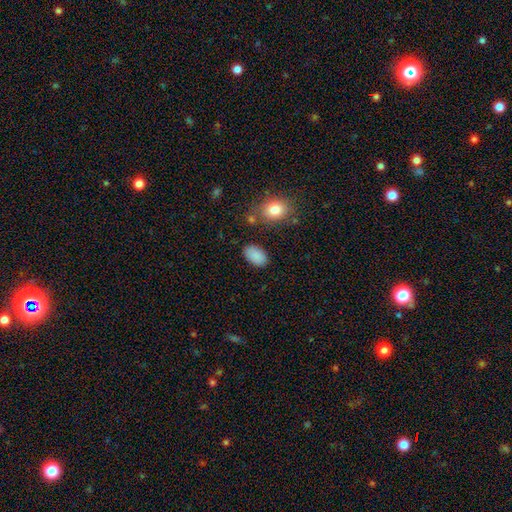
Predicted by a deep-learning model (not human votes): smooth-or-featured: smooth: 88% | star or artifact: 7% | featured or disk: 4%
  how-rounded: in between: 93% | round: 6% | cigar-shaped: 1%
  merging: none: 83% | minor disturbance: 11% | major disturbance: 3% | merger: 3%